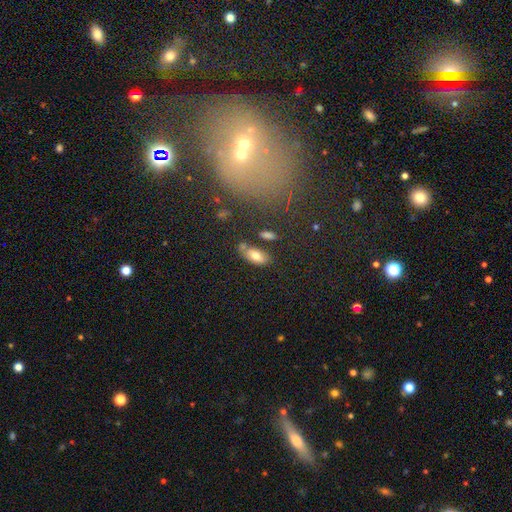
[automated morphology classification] Q: Smooth or featured?
A: smooth (75%); runner-up: featured or disk (16%)
Q: How rounded?
A: in between (87%); runner-up: cigar-shaped (9%)
Q: Merging?
A: none (65%); runner-up: minor disturbance (17%)